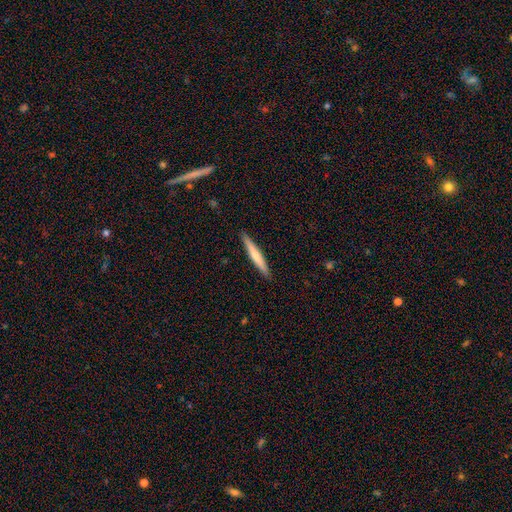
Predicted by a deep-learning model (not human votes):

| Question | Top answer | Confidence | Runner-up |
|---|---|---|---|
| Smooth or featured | smooth | 60% | featured or disk (35%) |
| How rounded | cigar-shaped | 96% | in between (3%) |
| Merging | none | 91% | minor disturbance (6%) |